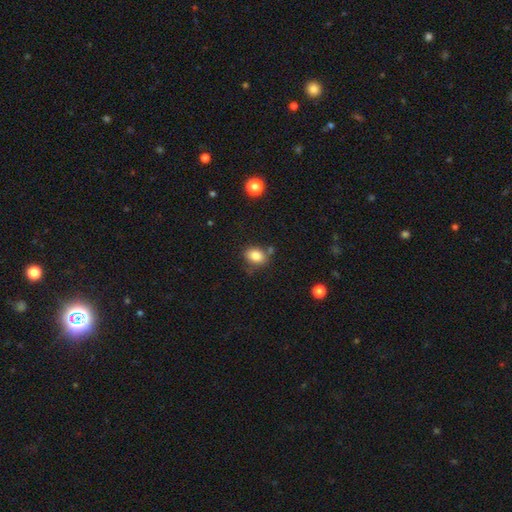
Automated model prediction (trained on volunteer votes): smooth-or-featured: smooth: 84% | star or artifact: 10% | featured or disk: 7%
  how-rounded: in between: 66% | round: 33% | cigar-shaped: 1%
  merging: none: 68% | minor disturbance: 18% | merger: 10% | major disturbance: 5%